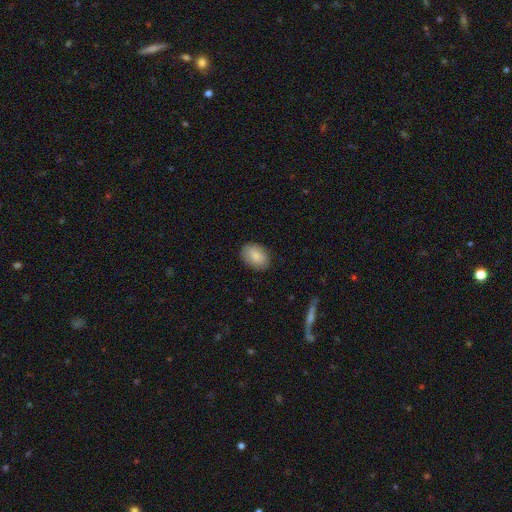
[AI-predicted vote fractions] smooth-or-featured: smooth: 86% | featured or disk: 8% | star or artifact: 6%
  how-rounded: in between: 84% | round: 15% | cigar-shaped: 1%
  merging: none: 85% | minor disturbance: 11% | major disturbance: 3% | merger: 1%